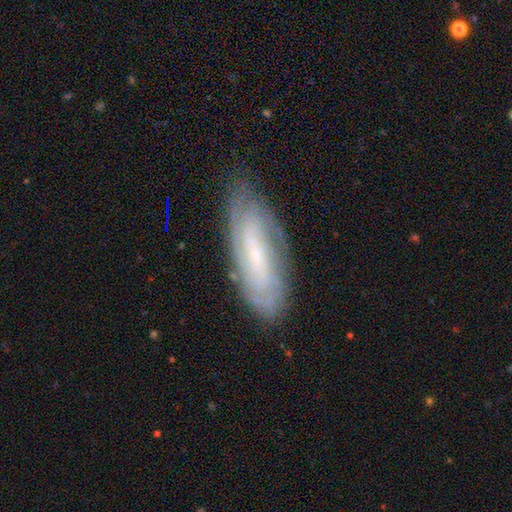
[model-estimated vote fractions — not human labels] Smooth or featured? featured or disk (74%)
Edge-on disk? no (87%)
Bar? no (52%)
Spiral arms? yes (90%)
Spiral winding? tight (69%)
Spiral arm count? can't tell (52%)
Bulge size? small (82%)
Merging? none (80%)